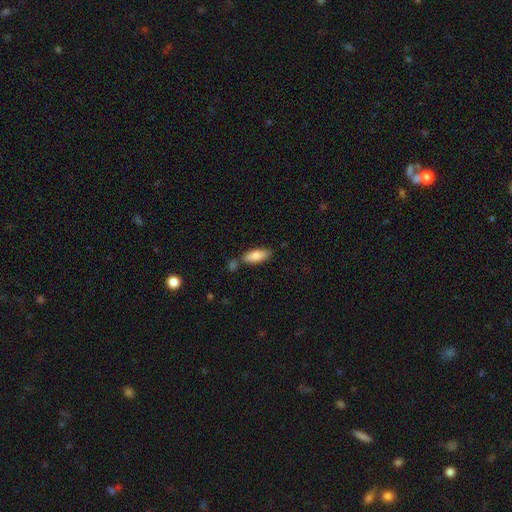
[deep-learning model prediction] This is clearly a smooth galaxy (81%). How rounded: likely in between (73%). Merging: likely none (72%).